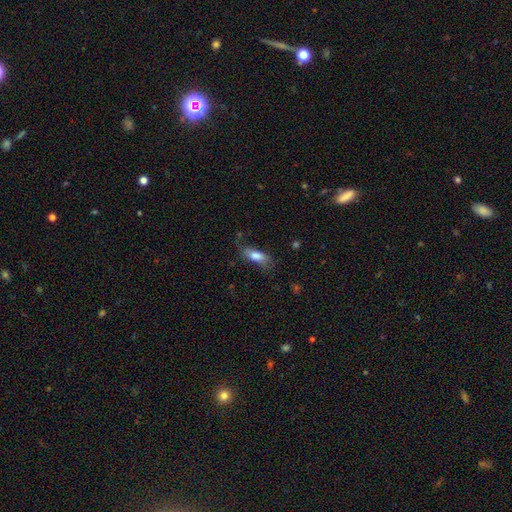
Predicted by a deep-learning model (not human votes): smooth_or_featured: smooth (p=0.76) [alt: featured or disk p=0.16]
how_rounded: in between (p=0.71) [alt: cigar-shaped p=0.26]
merging: none (p=0.61) [alt: minor disturbance p=0.27]